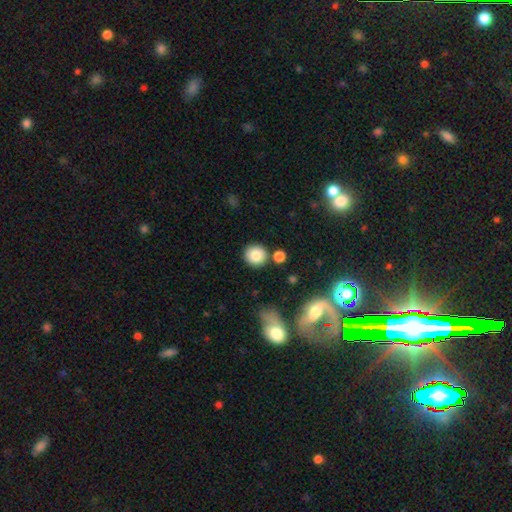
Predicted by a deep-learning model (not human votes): This appears to be a smooth galaxy with no disk features (83%) that is round (91%). Merging: none (81%).